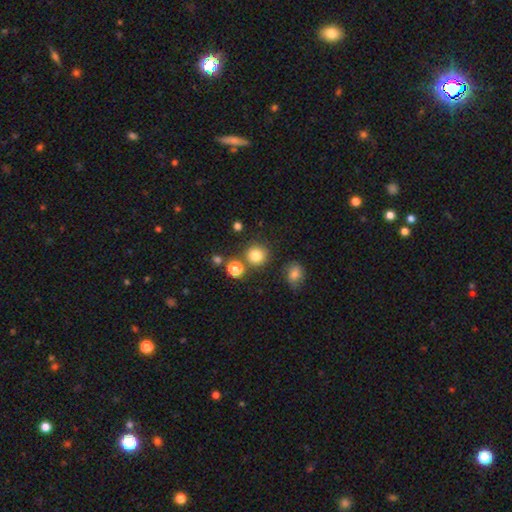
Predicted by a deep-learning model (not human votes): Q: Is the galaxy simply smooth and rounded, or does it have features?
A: smooth — 81%.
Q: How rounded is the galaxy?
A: round — 90%.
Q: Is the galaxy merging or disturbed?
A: none — 79%.